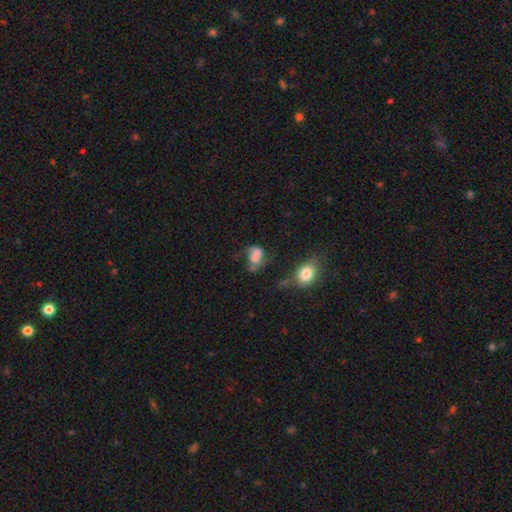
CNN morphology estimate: Smooth or featured?
  - smooth: 55% *
  - featured or disk: 33%
  - star or artifact: 13%
How rounded?
  - in between: 71% *
  - round: 27%
  - cigar-shaped: 2%
Merging?
  - none: 32% * (tied)
  - major disturbance: 32% * (tied)
  - minor disturbance: 25%
  - merger: 12%